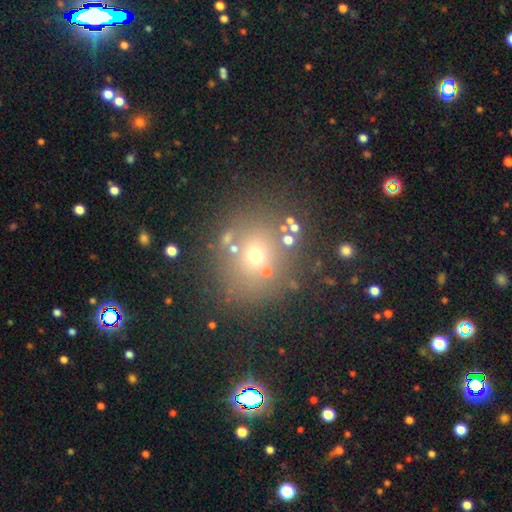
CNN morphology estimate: smooth-or-featured: smooth: 58% | star or artifact: 27% | featured or disk: 14%
  how-rounded: round: 79% | in between: 20% | cigar-shaped: 1%
  merging: none: 76% | minor disturbance: 10% | merger: 8% | major disturbance: 5%